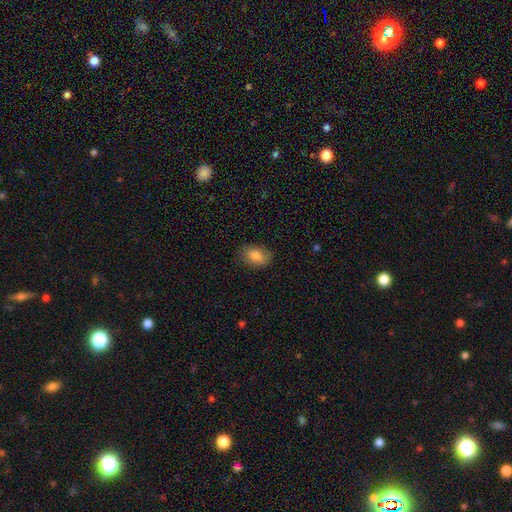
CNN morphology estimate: Smooth or featured: smooth — 83% (featured or disk — 9%)
How rounded: in between — 81% (round — 18%)
Merging: none — 79% (minor disturbance — 16%)